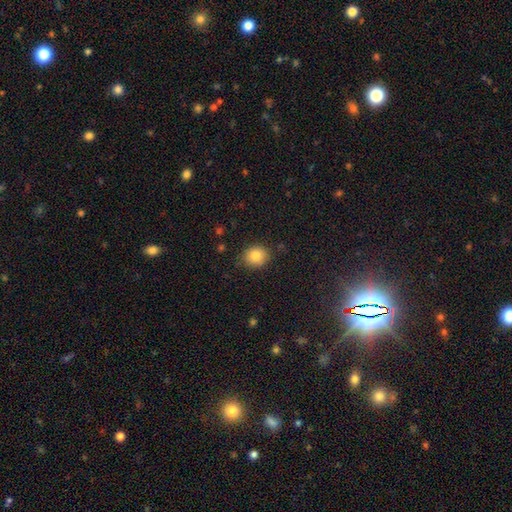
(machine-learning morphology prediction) A smooth galaxy with no disk features (83%) that is round (75%). Merging: none (86%).